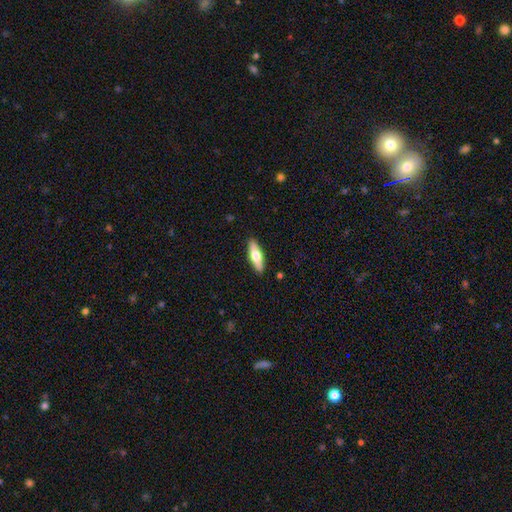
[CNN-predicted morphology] smooth_or_featured: smooth (p=0.52) [alt: featured or disk p=0.43]
how_rounded: cigar-shaped (p=0.53) [alt: in between p=0.45]
merging: none (p=0.90) [alt: minor disturbance p=0.07]